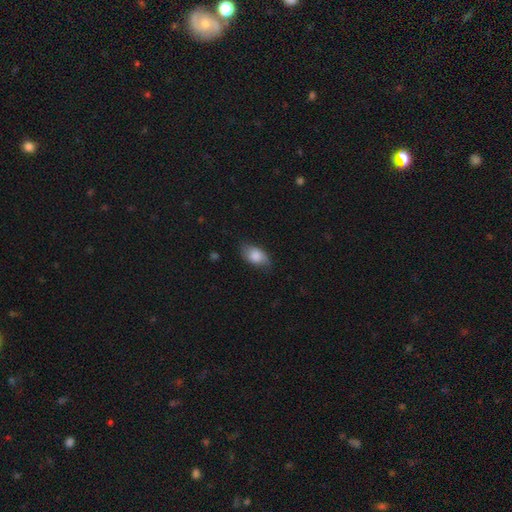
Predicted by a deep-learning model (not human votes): The model was most divided on "merging": none: 69%, minor disturbance: 24%, major disturbance: 5%, merger: 1%. More confident: how rounded — in between (91%); smooth or featured — smooth (78%).